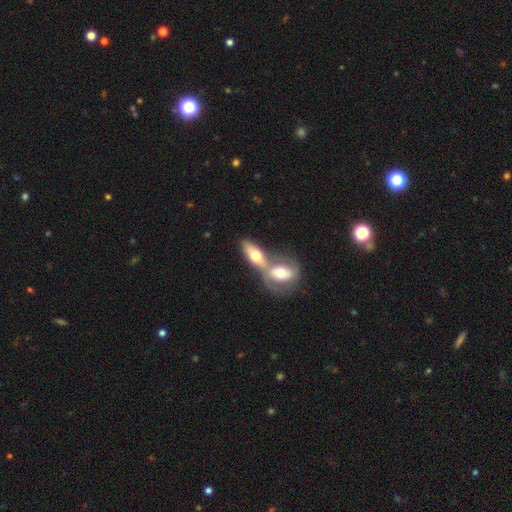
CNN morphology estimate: Q: Smooth or featured?
A: smooth (56%); runner-up: featured or disk (39%)
Q: How rounded?
A: in between (76%); runner-up: cigar-shaped (16%)
Q: Merging?
A: merger (68%); runner-up: none (22%)